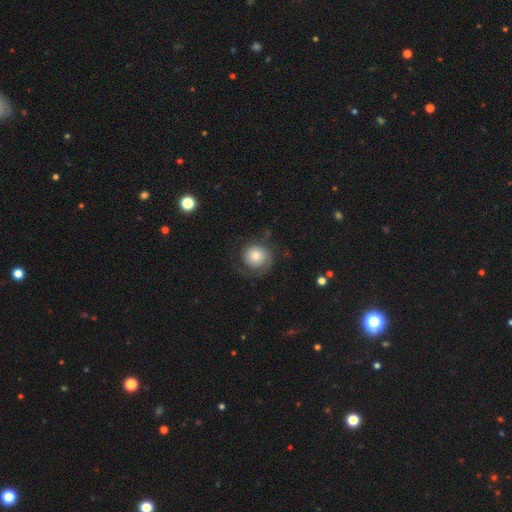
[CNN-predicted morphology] A featured or disk galaxy (46%, tied with smooth).

Vote fractions:
- Smooth or featured? featured or disk: 46% (tied) / smooth: 46% (tied) / star or artifact: 8%
- Merging? none: 63% / major disturbance: 18% / minor disturbance: 18% / merger: 2%